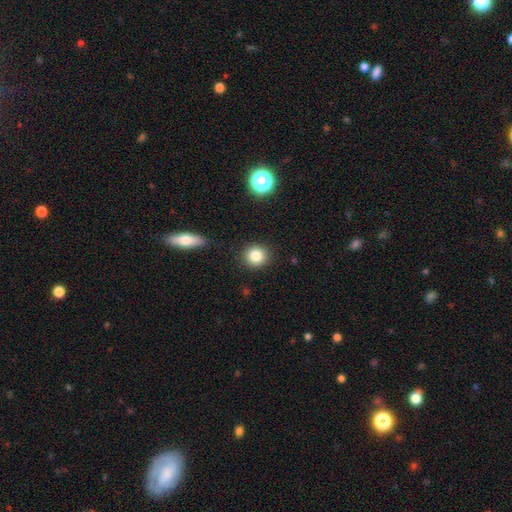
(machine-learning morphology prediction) Q: Smooth or featured?
A: smooth (83%); runner-up: star or artifact (11%)
Q: How rounded?
A: round (89%); runner-up: in between (10%)
Q: Merging?
A: none (89%); runner-up: minor disturbance (7%)